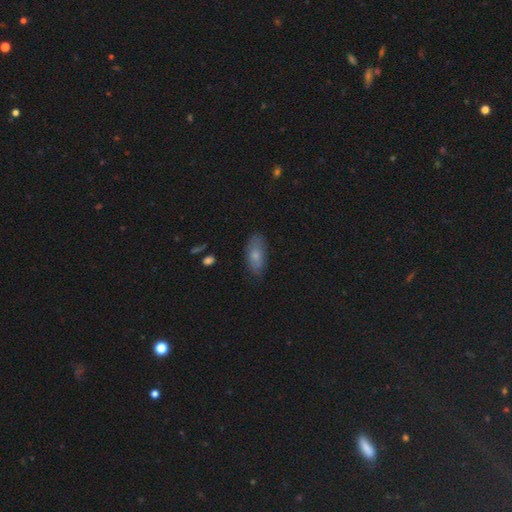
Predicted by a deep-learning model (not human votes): This appears to be a smooth galaxy with no disk features (74%) that is in between round and cigar-shaped (87%). Merging: none (75%).